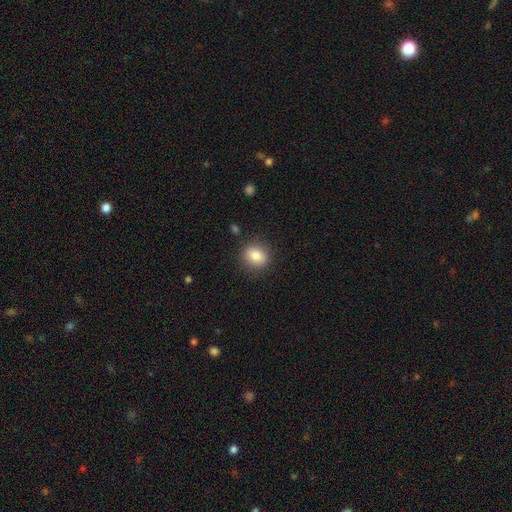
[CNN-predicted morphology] The model was most divided on "how rounded": round: 66%, in between: 33%, cigar-shaped: 1%. More confident: merging — none (87%); smooth or featured — smooth (83%).